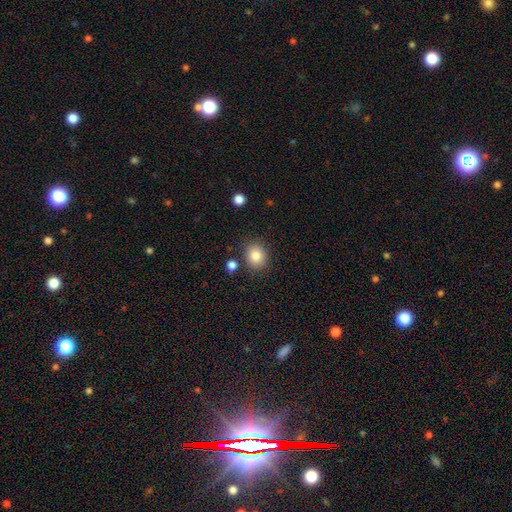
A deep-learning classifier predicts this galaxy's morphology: The model was most divided on "how rounded": round: 67%, in between: 32%, cigar-shaped: 1%. More confident: smooth or featured — smooth (84%); merging — none (83%).